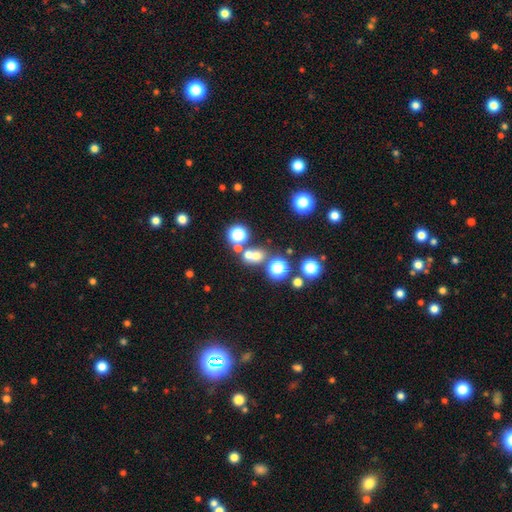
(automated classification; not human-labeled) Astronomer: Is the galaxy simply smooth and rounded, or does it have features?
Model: smooth — 58%.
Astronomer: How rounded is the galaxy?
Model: round — 78%.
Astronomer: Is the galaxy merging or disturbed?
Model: none — 51% (runner-up: merger, 37%).